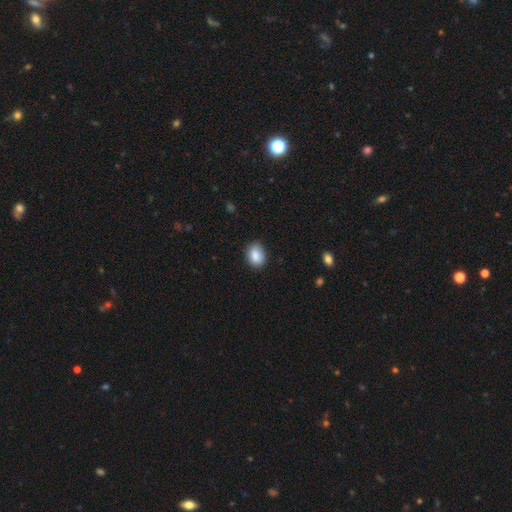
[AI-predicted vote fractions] Smooth or featured? smooth (87%)
How rounded? in between (68%)
Merging? none (80%)